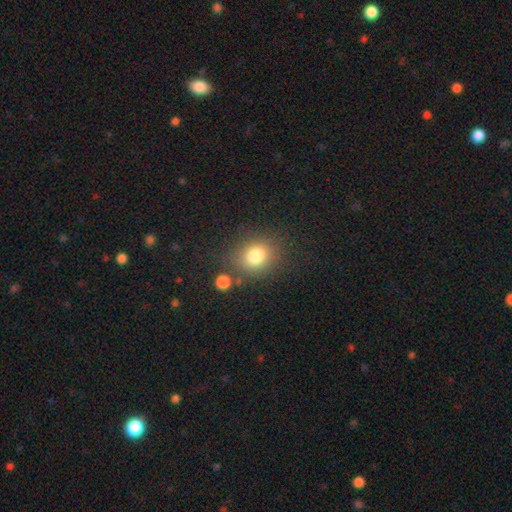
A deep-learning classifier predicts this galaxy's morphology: This appears to be a smooth galaxy with no disk features (80%) that is round (60%). Merging: none (74%).